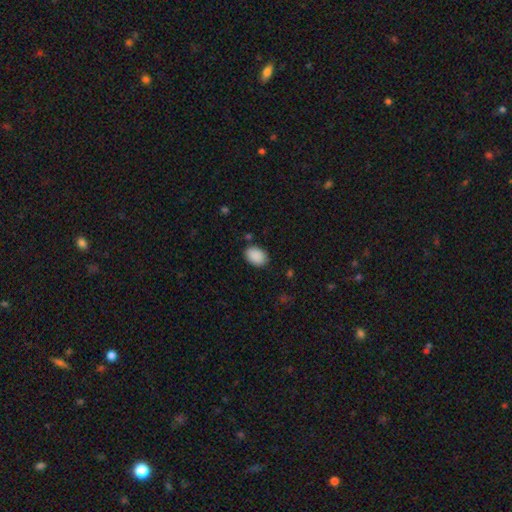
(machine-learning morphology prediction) This appears to be a smooth galaxy with no disk features (90%) that is in between round and cigar-shaped (82%). Merging: none (85%).